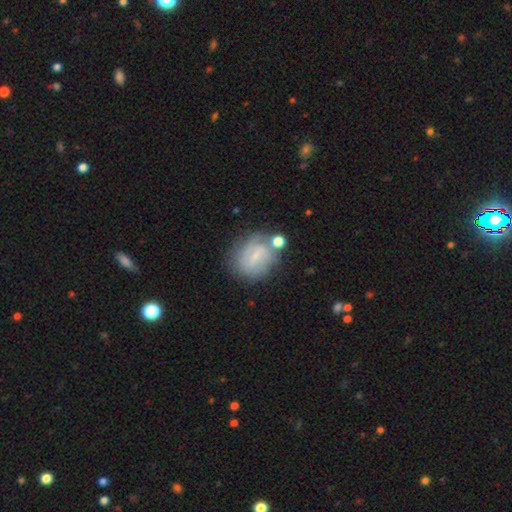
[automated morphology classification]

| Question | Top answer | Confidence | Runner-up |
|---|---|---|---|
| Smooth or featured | featured or disk | 52% | smooth (39%) |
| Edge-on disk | no | 96% | yes (4%) |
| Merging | none | 61% | minor disturbance (19%) |